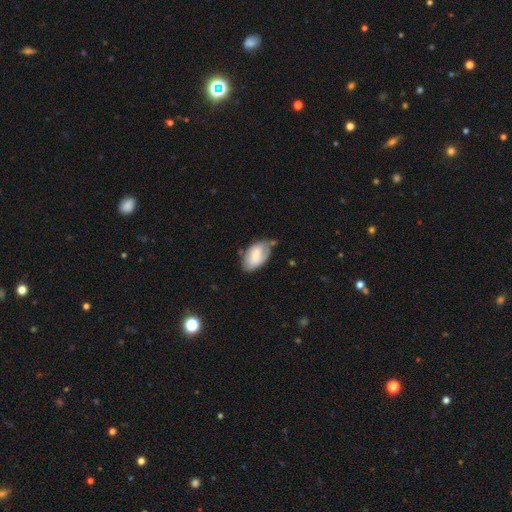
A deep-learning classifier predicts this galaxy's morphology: A smooth galaxy with no disk features (60%) that is in between round and cigar-shaped (93%). Merging: none (55%).